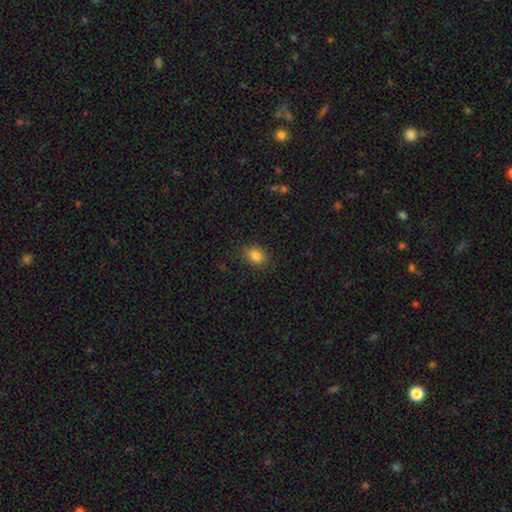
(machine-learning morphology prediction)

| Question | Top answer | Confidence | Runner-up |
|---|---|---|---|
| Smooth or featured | smooth | 83% | star or artifact (11%) |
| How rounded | in between | 50% | round (48%) |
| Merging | none | 86% | minor disturbance (10%) |